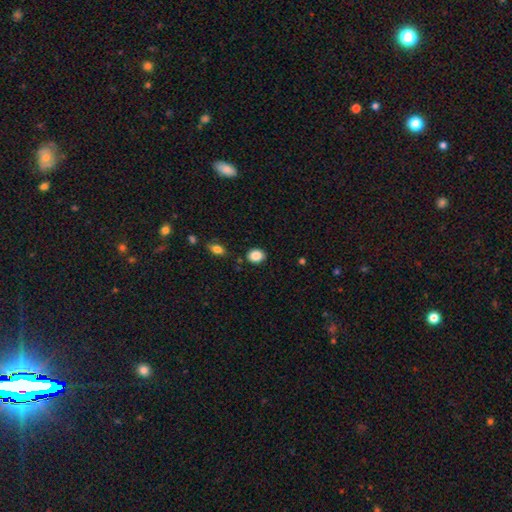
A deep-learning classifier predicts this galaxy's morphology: This is clearly a smooth galaxy (87%). How rounded: possibly round (56%). Merging: clearly none (84%).